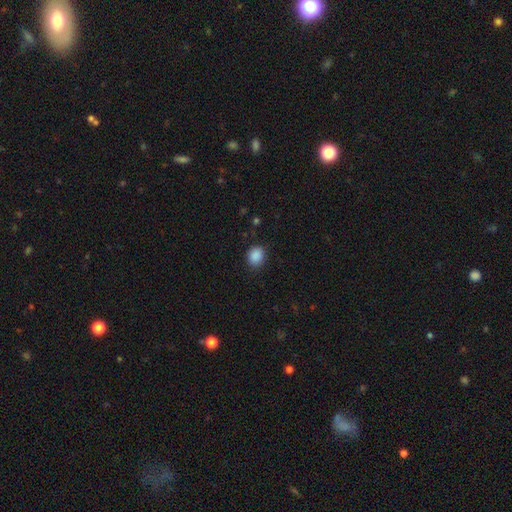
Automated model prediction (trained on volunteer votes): The model was most divided on "how rounded": round: 60%, in between: 39%, cigar-shaped: 1%. More confident: smooth or featured — smooth (88%); merging — none (85%).